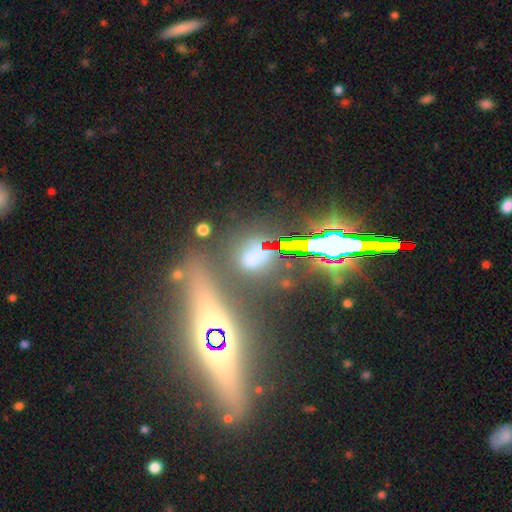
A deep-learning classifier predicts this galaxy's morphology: Overall: star or artifact (47%; smooth 39%).